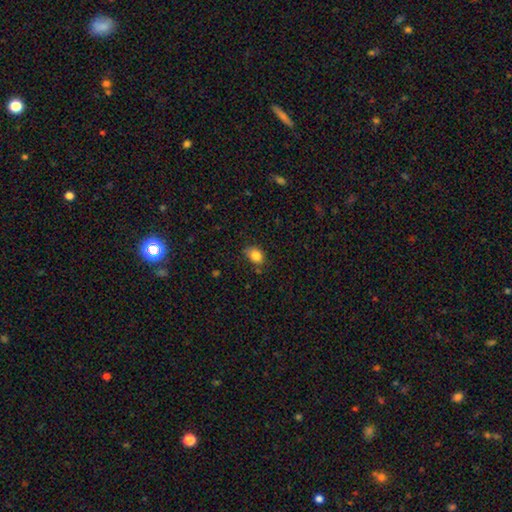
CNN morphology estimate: smooth 84%, star or artifact 10%, featured or disk 6%. Down the decision tree: how rounded — in between (61%); merging — none (66%).